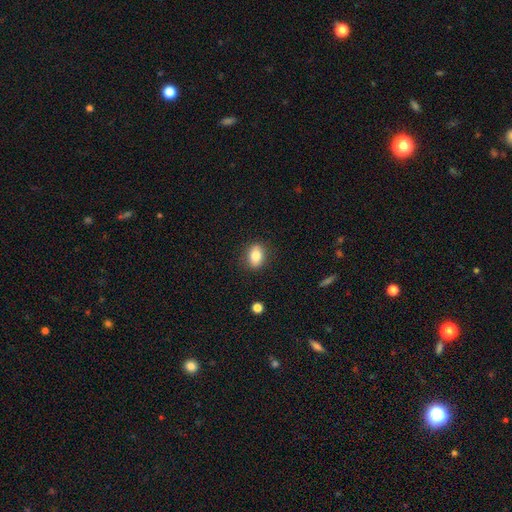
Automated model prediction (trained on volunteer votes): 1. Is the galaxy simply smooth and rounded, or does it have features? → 82% smooth, 10% featured or disk, 8% star or artifact.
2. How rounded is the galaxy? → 77% in between, 20% round, 3% cigar-shaped.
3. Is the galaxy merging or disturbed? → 86% none, 10% minor disturbance, 3% major disturbance, 1% merger.